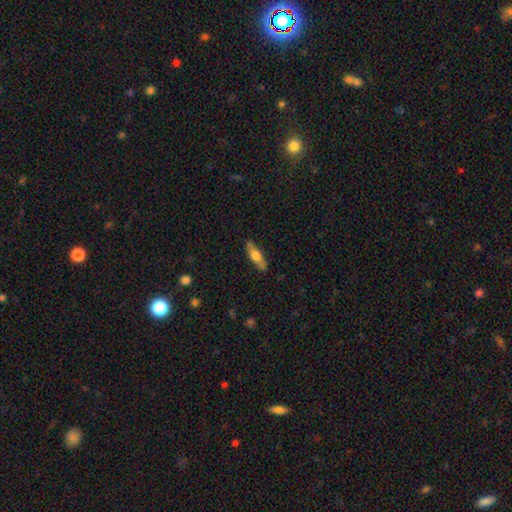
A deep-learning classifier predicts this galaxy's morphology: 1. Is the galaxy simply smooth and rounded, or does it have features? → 49% smooth, 45% featured or disk, 6% star or artifact.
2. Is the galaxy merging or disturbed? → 85% none, 11% minor disturbance, 2% major disturbance, 1% merger.